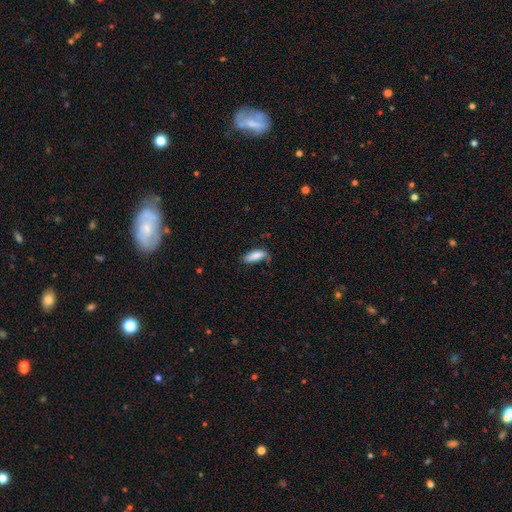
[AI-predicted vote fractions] A smooth galaxy with no disk features (80%) that is in between round and cigar-shaped (64%). Merging: none (57%).